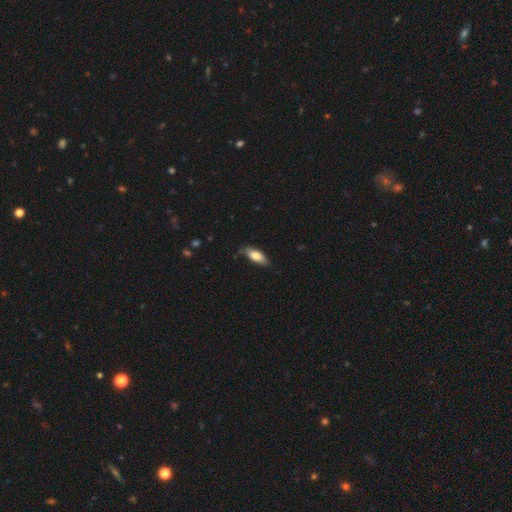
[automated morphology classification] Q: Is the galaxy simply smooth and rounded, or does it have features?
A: smooth — 71%.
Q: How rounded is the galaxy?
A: in between — 72%.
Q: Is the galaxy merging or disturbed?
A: none — 71%.